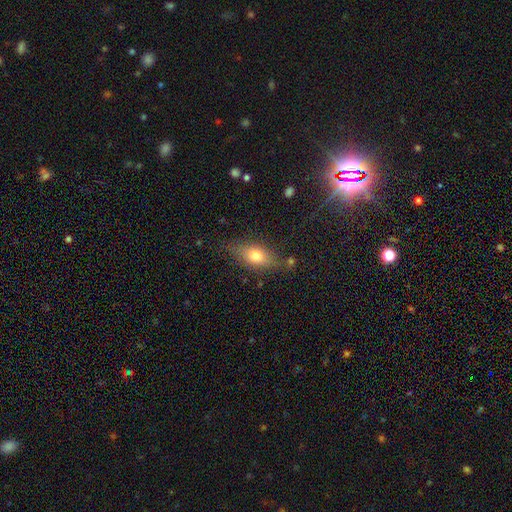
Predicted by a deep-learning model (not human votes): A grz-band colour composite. It shows a smooth galaxy with no disk features (69%) that is in between round and cigar-shaped (76%). Merging: none (74%).